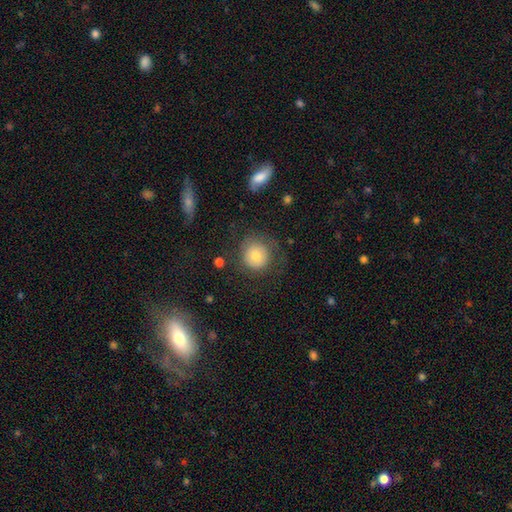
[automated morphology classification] Smooth or featured: smooth — 65% (featured or disk — 24%)
How rounded: round — 89% (in between — 10%)
Merging: none — 67% (minor disturbance — 17%)